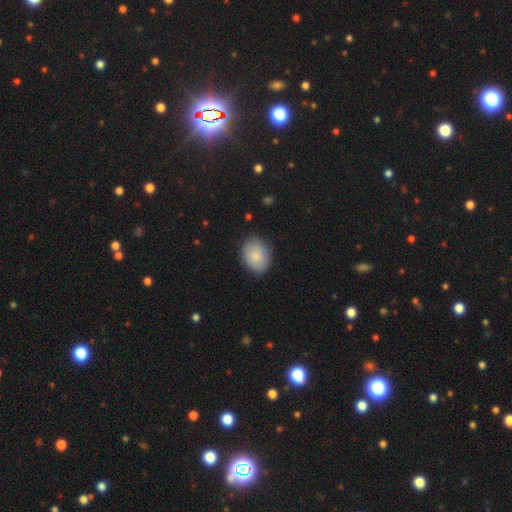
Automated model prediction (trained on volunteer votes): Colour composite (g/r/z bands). It shows a smooth galaxy with no disk features (84%) that is in between round and cigar-shaped (66%). Merging: none (85%).